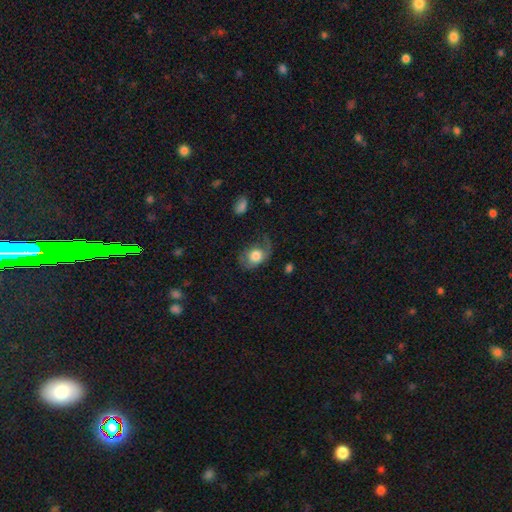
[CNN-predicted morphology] A smooth galaxy with no disk features (63%) that is in between round and cigar-shaped (65%).

Vote fractions:
- Smooth or featured? smooth: 63% / featured or disk: 29% / star or artifact: 8%
- How rounded? in between: 65% / round: 34% / cigar-shaped: 1%
- Merging? none: 38% / major disturbance: 31% / minor disturbance: 28% / merger: 2%